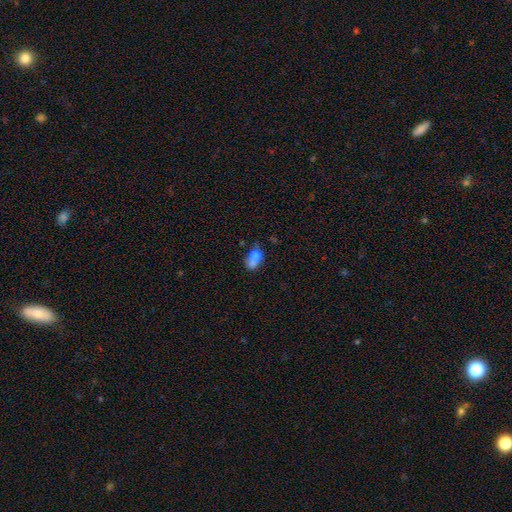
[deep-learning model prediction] Smooth or featured? Predicted: smooth (p=0.67). How rounded? Predicted: in between (p=0.63). Merging? Predicted: merger (p=0.36).